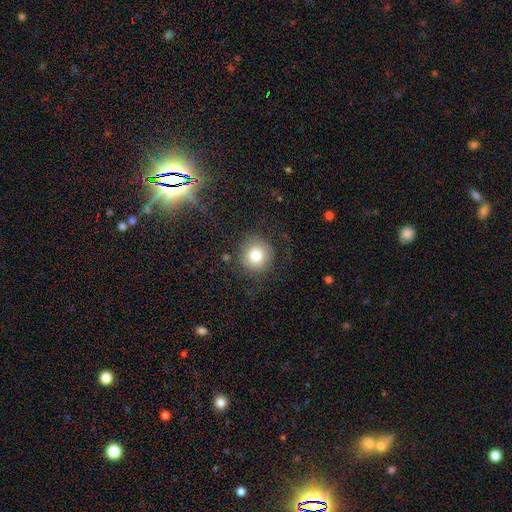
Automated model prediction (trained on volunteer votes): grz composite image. It shows a smooth galaxy with no disk features (75%) that is round (95%). Merging: none (81%).